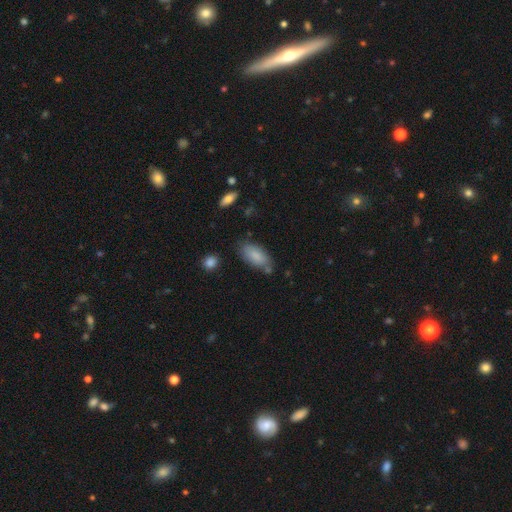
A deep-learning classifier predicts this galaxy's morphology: type=smooth (84%); roundness=in between (89%); merging=none (69%).